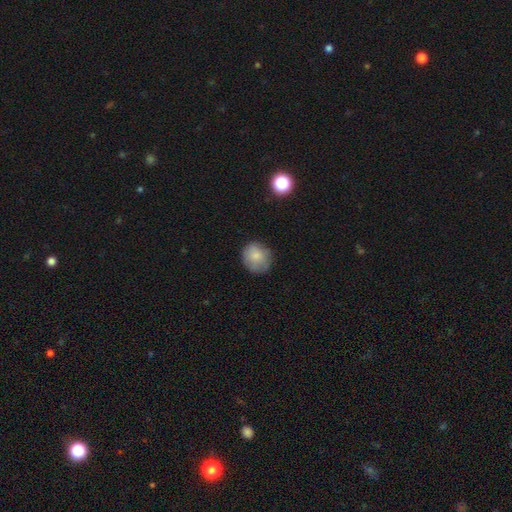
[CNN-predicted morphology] Smooth or featured: smooth — 82% (featured or disk — 10%)
How rounded: round — 76% (in between — 23%)
Merging: none — 77% (minor disturbance — 18%)